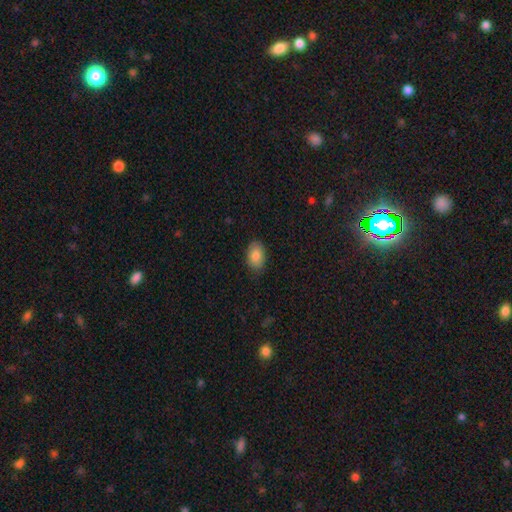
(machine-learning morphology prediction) type=smooth (84%); roundness=in between (86%); merging=none (83%).